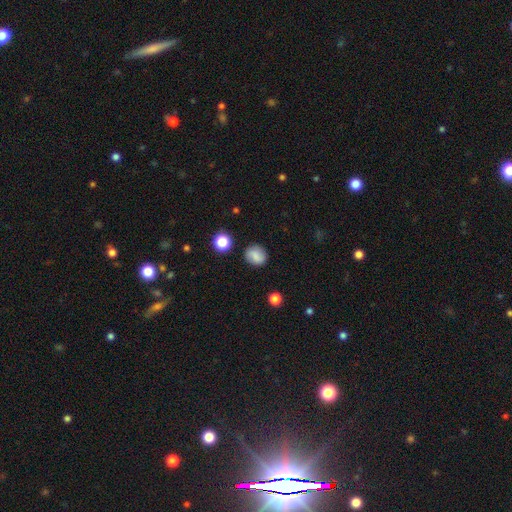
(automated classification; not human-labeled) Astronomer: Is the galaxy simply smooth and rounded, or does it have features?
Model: smooth — 79%.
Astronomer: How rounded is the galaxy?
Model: round — 70%.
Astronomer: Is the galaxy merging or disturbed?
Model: none — 82%.